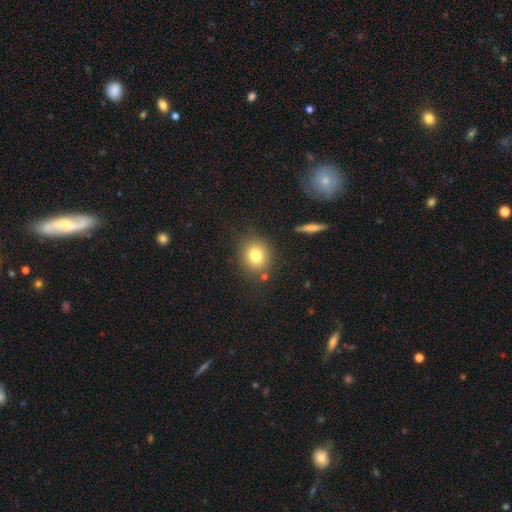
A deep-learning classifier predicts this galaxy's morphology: This appears to be a smooth galaxy with no disk features (78%) that is round (77%). Merging: none (82%).